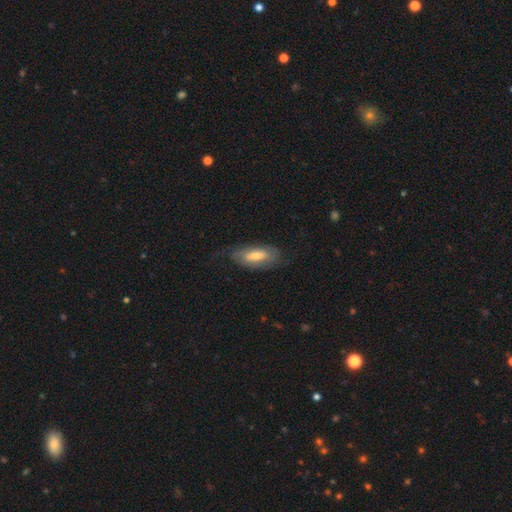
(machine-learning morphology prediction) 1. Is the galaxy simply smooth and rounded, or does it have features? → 50% smooth, 43% featured or disk, 7% star or artifact.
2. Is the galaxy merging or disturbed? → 66% none, 22% minor disturbance, 11% major disturbance, 1% merger.